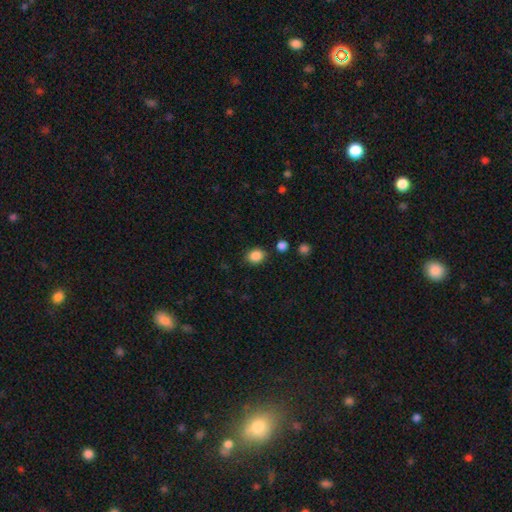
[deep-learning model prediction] smooth-or-featured: smooth: 87% | star or artifact: 10% | featured or disk: 4%
  how-rounded: round: 50% | in between: 49% | cigar-shaped: 1%
  merging: none: 84% | minor disturbance: 10% | merger: 4% | major disturbance: 3%